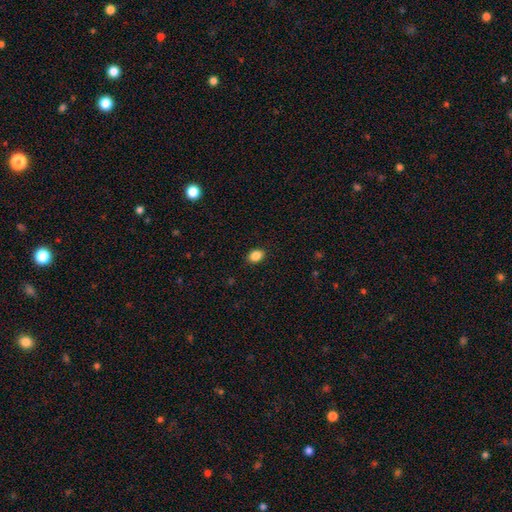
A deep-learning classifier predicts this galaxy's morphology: Smooth or featured?
  - smooth: 88% *
  - star or artifact: 9%
  - featured or disk: 3%
How rounded?
  - in between: 72% *
  - round: 26%
  - cigar-shaped: 1%
Merging?
  - none: 89% *
  - minor disturbance: 8%
  - major disturbance: 2%
  - merger: 1%